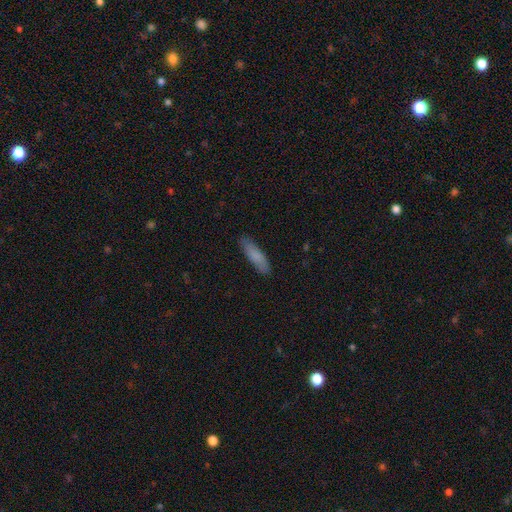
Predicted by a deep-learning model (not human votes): Q: Smooth or featured?
A: smooth (82%); runner-up: featured or disk (12%)
Q: How rounded?
A: cigar-shaped (69%); runner-up: in between (29%)
Q: Merging?
A: none (86%); runner-up: minor disturbance (11%)